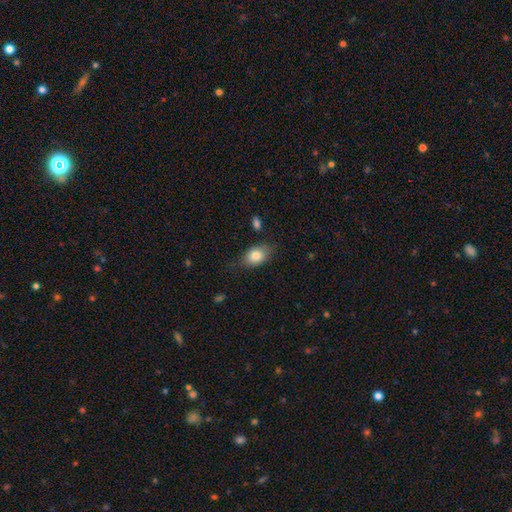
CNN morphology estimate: A smooth galaxy with no disk features (80%) that is in between round and cigar-shaped (78%).

Vote fractions:
- Smooth or featured? smooth: 80% / featured or disk: 11% / star or artifact: 8%
- How rounded? in between: 78% / round: 20% / cigar-shaped: 2%
- Merging? none: 72% / minor disturbance: 20% / major disturbance: 5% / merger: 2%